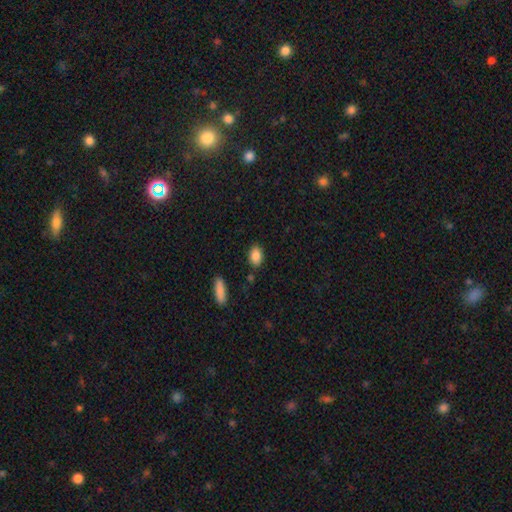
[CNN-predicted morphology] Overall: smooth (87%). How rounded: in between (86%). Merging: none (83%).